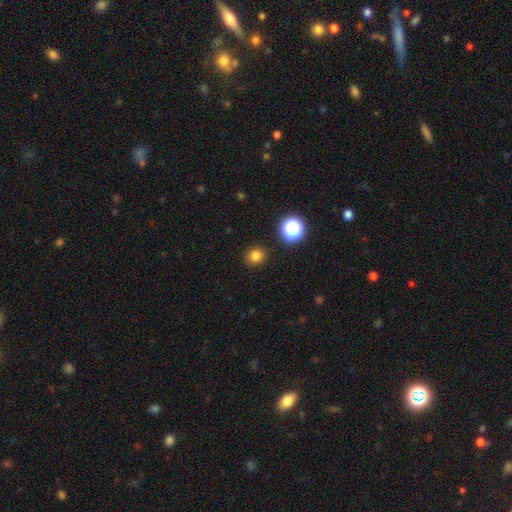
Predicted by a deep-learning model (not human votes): A smooth galaxy with no disk features (80%) that is round (90%).

Vote fractions:
- Smooth or featured? smooth: 80% / star or artifact: 15% / featured or disk: 5%
- How rounded? round: 90% / in between: 9% / cigar-shaped: 1%
- Merging? none: 91% / minor disturbance: 6% / major disturbance: 2% / merger: 2%